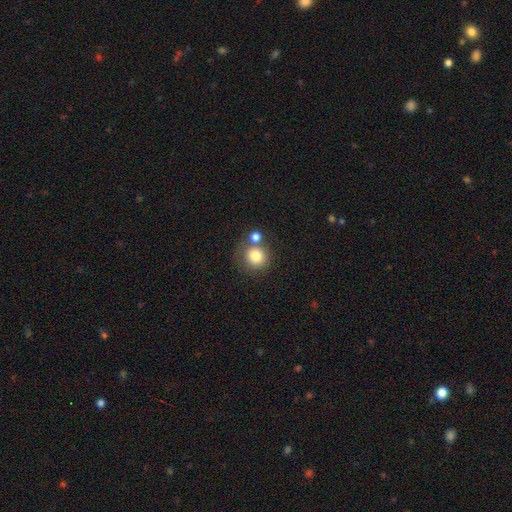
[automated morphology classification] Smooth or featured? Predicted: smooth (p=0.81). How rounded? Predicted: round (p=0.89). Merging? Predicted: none (p=0.60).